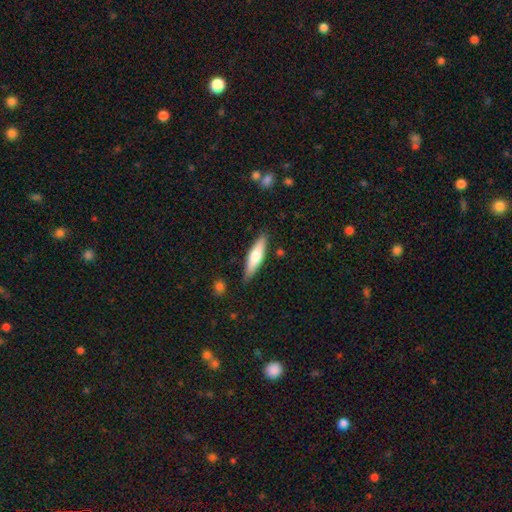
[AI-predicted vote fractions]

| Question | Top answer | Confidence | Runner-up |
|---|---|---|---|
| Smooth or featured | smooth | 58% | featured or disk (36%) |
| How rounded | cigar-shaped | 68% | in between (31%) |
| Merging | none | 85% | minor disturbance (11%) |